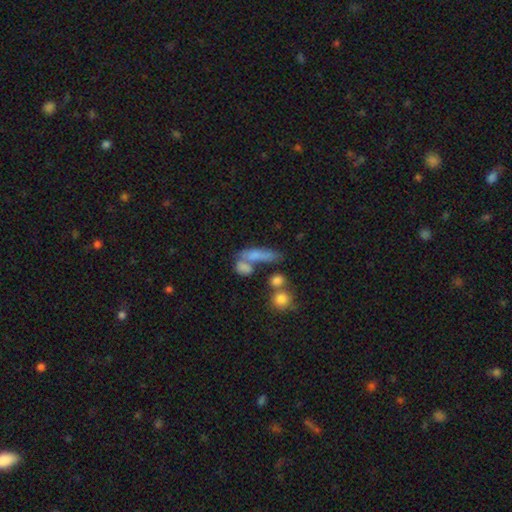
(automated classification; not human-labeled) Morphology: type=smooth (66%); roundness=cigar-shaped (50%); merging=merger (40%).